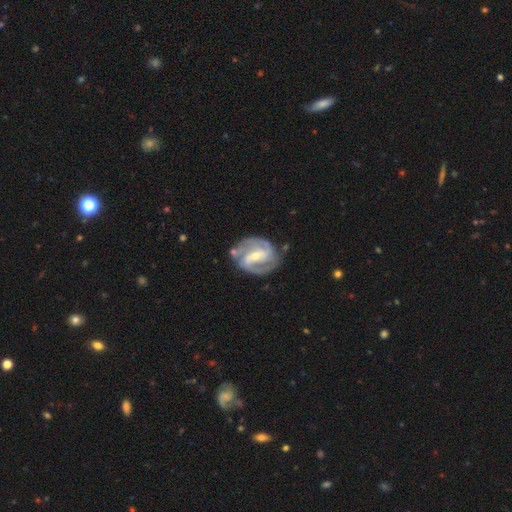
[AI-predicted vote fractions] A featured or disk galaxy (89%) with a strong bar (42%), 2 (72%) medium (50%) spiral arms (97%) and a small central bulge (52%). Merging: none (72%).